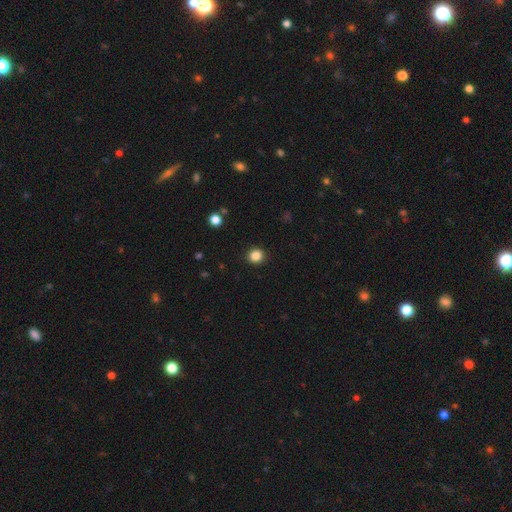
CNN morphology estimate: Smooth or featured? smooth (84%)
How rounded? round (92%)
Merging? none (92%)